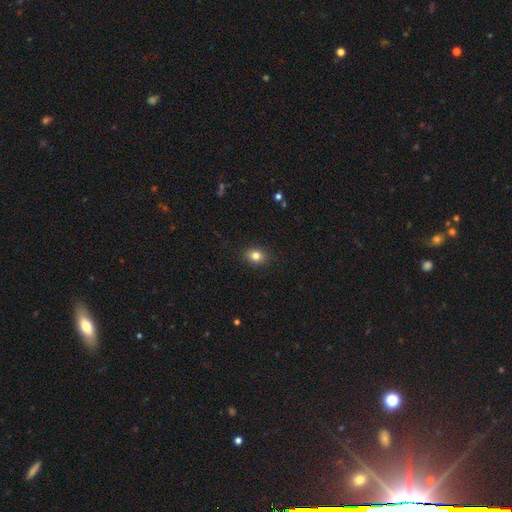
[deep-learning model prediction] This is clearly a smooth galaxy (82%). How rounded: possibly round (56%). Merging: clearly none (88%).